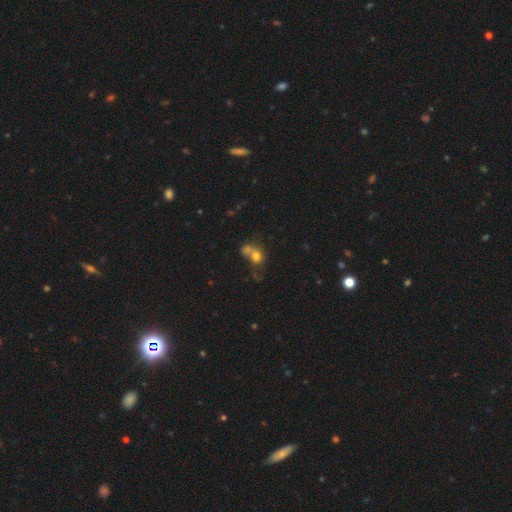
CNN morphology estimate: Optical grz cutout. It shows a smooth galaxy with no disk features (71%) that is round (72%). Merging: merger (60%).